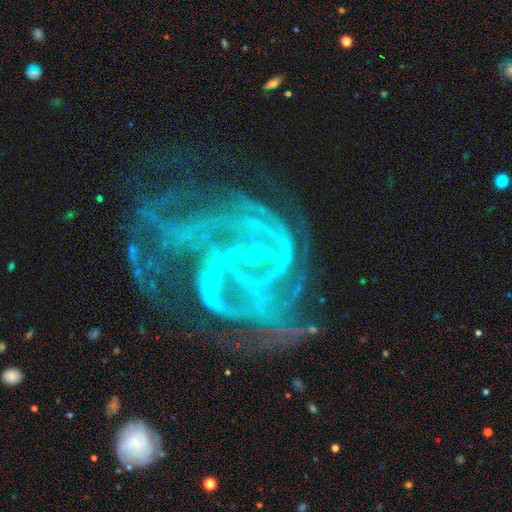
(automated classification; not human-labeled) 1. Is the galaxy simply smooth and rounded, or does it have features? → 85% featured or disk, 11% star or artifact, 4% smooth.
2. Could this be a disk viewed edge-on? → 98% no, 2% yes.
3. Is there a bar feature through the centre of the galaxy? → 37% strong, 32% no, 31% weak.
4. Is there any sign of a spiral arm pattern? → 93% yes, 7% no.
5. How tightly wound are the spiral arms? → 44% tight, 41% medium, 15% loose.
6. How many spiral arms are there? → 24% 2, 22% can't tell, 20% 3, 13% 4, 11% more than 4, 10% 1.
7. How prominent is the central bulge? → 76% small, 13% none, 8% moderate, 1% large, 1% dominant.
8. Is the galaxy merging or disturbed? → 36% major disturbance, 28% none, 20% merger, 16% minor disturbance.